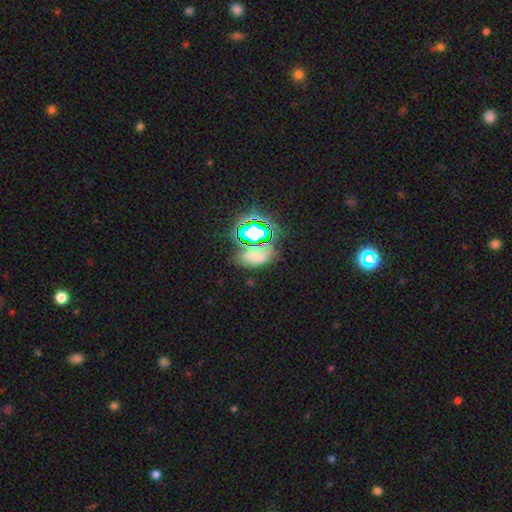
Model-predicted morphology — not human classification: Smooth or featured? star or artifact (45%)